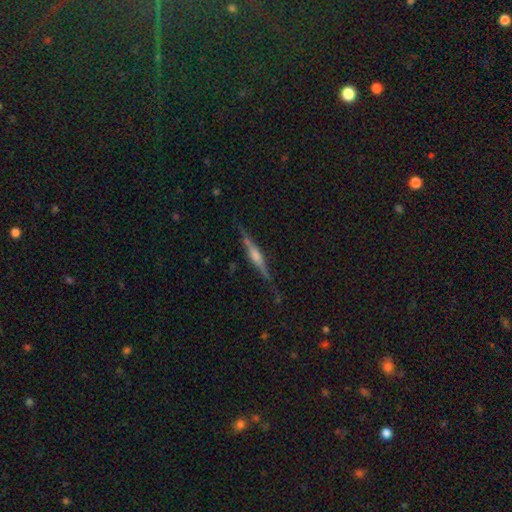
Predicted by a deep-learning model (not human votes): smooth-or-featured: featured or disk: 75% | smooth: 18% | star or artifact: 7%
  disk-edge-on: yes: 98% | no: 2%
    edge-on-bulge: rounded: 65% | boxy: 24% | none: 11%
  merging: none: 84% | minor disturbance: 12% | major disturbance: 3% | merger: 2%